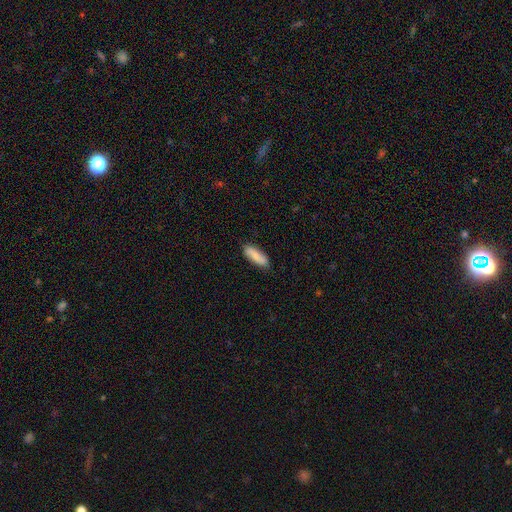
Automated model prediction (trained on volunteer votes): Morphology: type=smooth (84%); roundness=in between (58%); merging=none (84%).